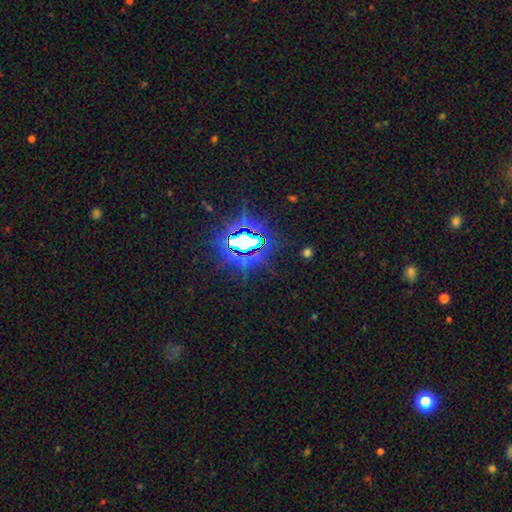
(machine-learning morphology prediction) This appears to be a star or artifact, not a galaxy (84%).